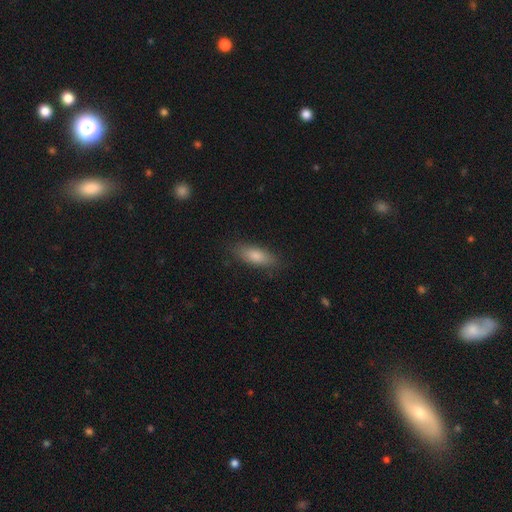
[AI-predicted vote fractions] This is likely a smooth galaxy (78%). How rounded: likely in between (63%). Merging: clearly none (85%).